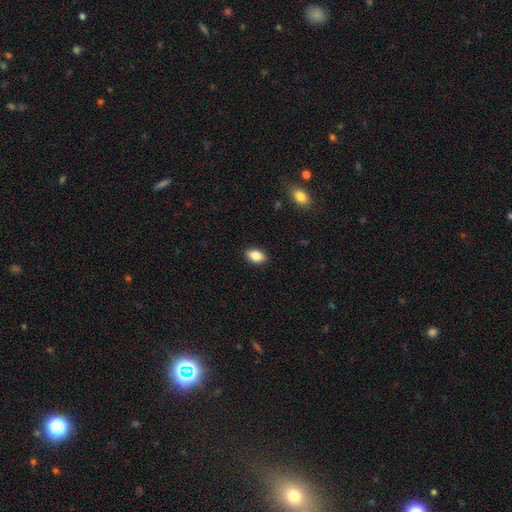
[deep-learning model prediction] Smooth or featured? smooth (85%)
How rounded? in between (90%)
Merging? none (89%)